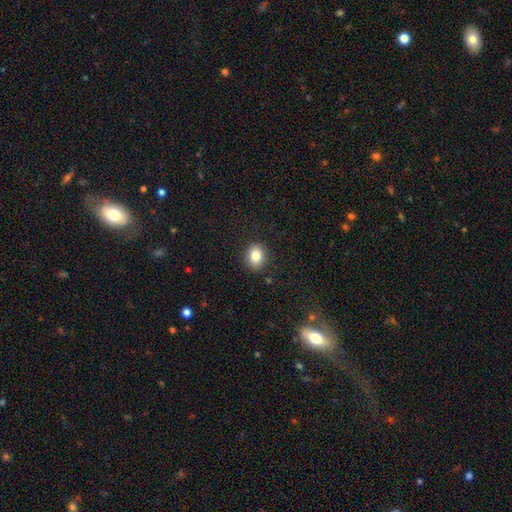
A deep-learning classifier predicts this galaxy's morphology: Smooth or featured?
  - smooth: 83% *
  - star or artifact: 10%
  - featured or disk: 8%
How rounded?
  - in between: 52% *
  - round: 47%
  - cigar-shaped: 1%
Merging?
  - none: 89% *
  - minor disturbance: 8%
  - major disturbance: 2%
  - merger: 1%